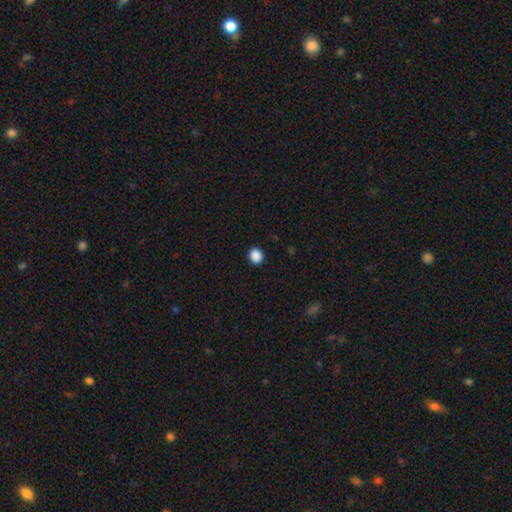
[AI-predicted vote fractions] Smooth or featured: smooth — 88% (star or artifact — 10%)
How rounded: round — 77% (in between — 22%)
Merging: none — 91% (minor disturbance — 6%)